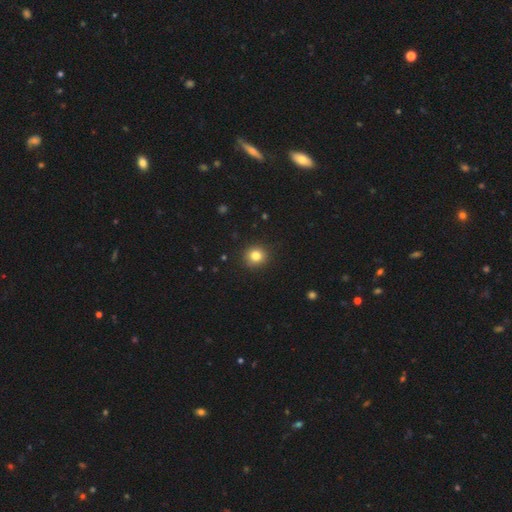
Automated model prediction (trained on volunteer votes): Smooth or featured?
  - smooth: 82% *
  - star or artifact: 12%
  - featured or disk: 6%
How rounded?
  - round: 90% *
  - in between: 9%
  - cigar-shaped: 1%
Merging?
  - none: 91% *
  - minor disturbance: 6%
  - major disturbance: 2%
  - merger: 1%